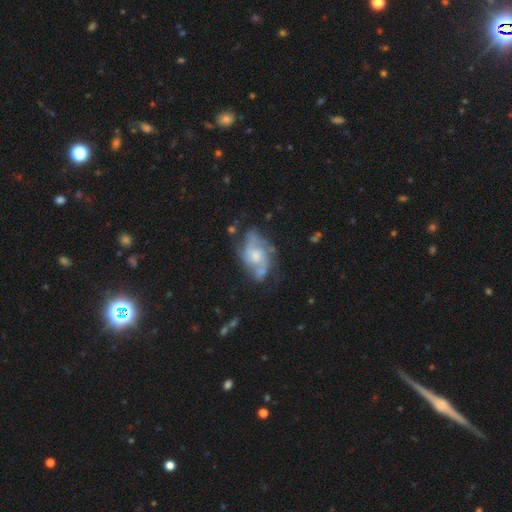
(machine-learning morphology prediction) Smooth or featured? featured or disk (73%)
Edge-on disk? no (96%)
Bar? no (72%)
Spiral arms? yes (78%)
Spiral winding? medium (45%)
Spiral arm count? 2 (40%)
Bulge size? moderate (48%)
Merging? none (49%)